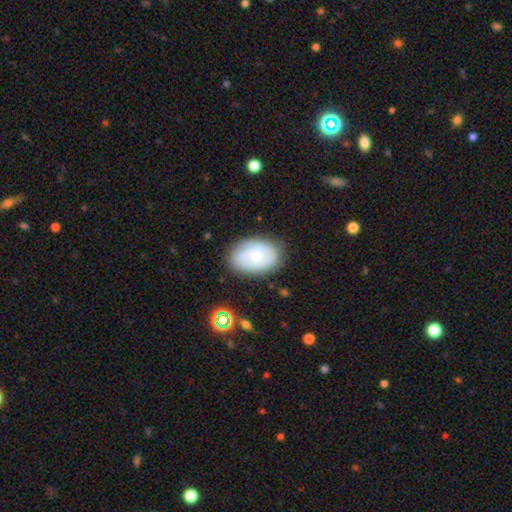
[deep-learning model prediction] A featured or disk galaxy (55%) with no bar (72%), spiral arms (82%) and a small central bulge (71%). Merging: none (78%).